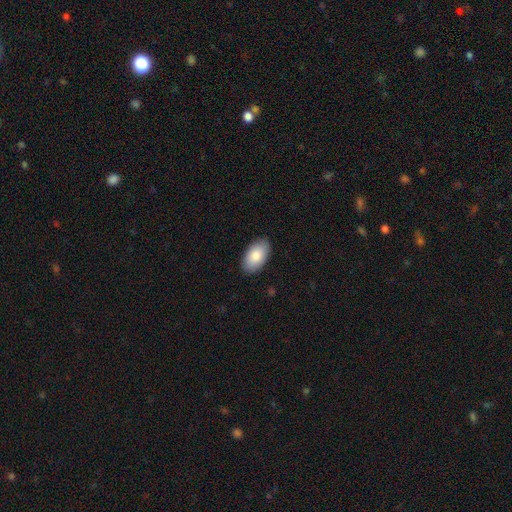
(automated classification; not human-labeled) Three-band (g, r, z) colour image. It shows a smooth galaxy with no disk features (85%) that is in between round and cigar-shaped (95%). Merging: none (88%).